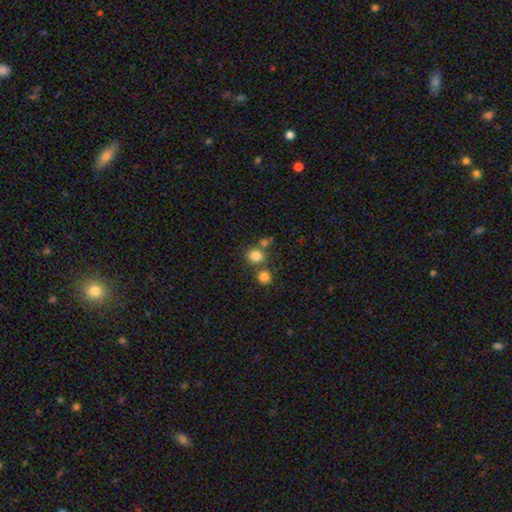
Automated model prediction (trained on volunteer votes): Overall: smooth (82%). How rounded: round (77%). Merging: none (65%).